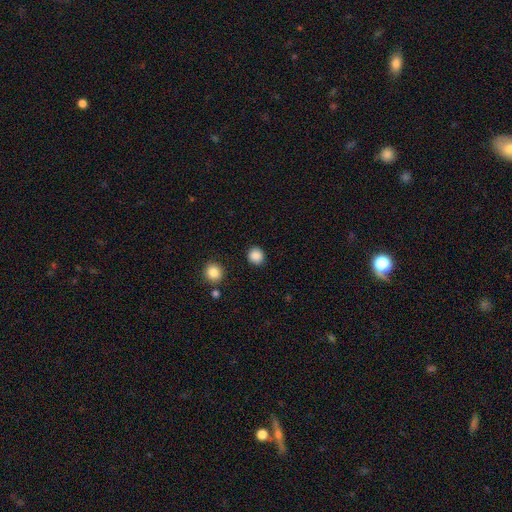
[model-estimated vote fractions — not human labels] A smooth galaxy with no disk features (88%) that is round (89%). Merging: none (89%).